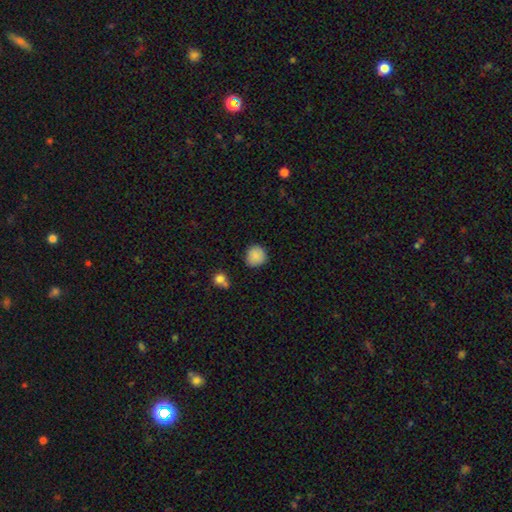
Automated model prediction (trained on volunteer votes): smooth-or-featured: smooth: 86% | star or artifact: 9% | featured or disk: 5%
  how-rounded: round: 91% | in between: 9% | cigar-shaped: 1%
  merging: none: 83% | minor disturbance: 12% | major disturbance: 2% | merger: 2%